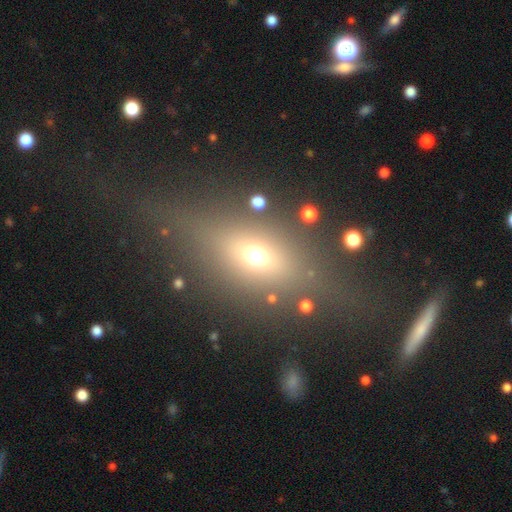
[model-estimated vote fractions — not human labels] A smooth galaxy with no disk features (57%) that is in between round and cigar-shaped (59%). Merging: none (68%).